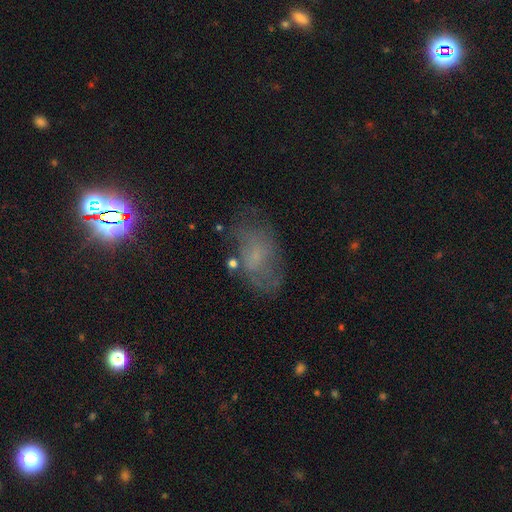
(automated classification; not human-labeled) smooth-or-featured: featured or disk: 38% (tied) | smooth: 38% (tied) | star or artifact: 23%
  merging: none: 58% | minor disturbance: 23% | major disturbance: 16% | merger: 3%